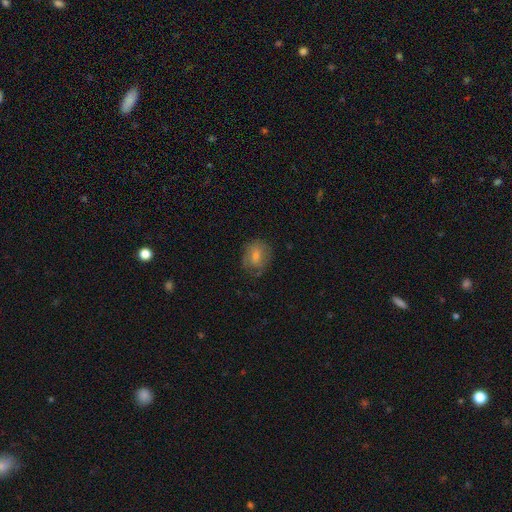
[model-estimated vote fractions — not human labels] smooth-or-featured: smooth: 62% | featured or disk: 29% | star or artifact: 8%
  how-rounded: in between: 51% | round: 48% | cigar-shaped: 1%
  merging: none: 61% | minor disturbance: 24% | major disturbance: 13% | merger: 1%